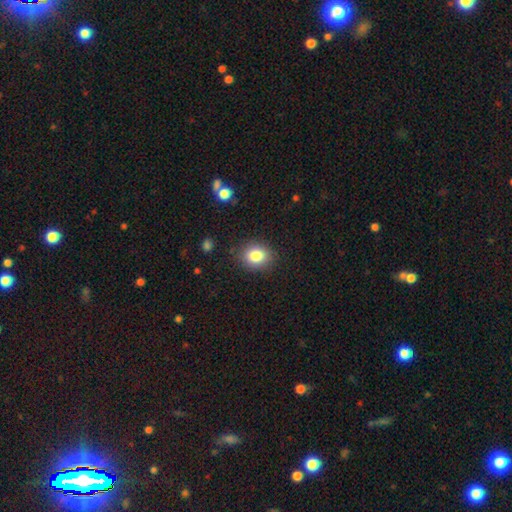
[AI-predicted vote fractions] The model was most divided on "how rounded": round: 64%, in between: 35%, cigar-shaped: 1%. More confident: merging — none (87%); smooth or featured — smooth (83%).